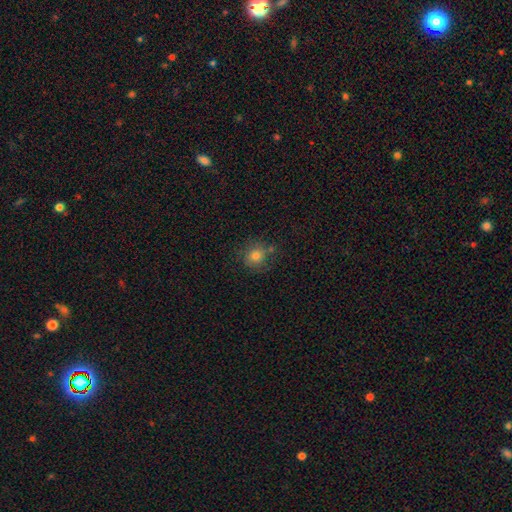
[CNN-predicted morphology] smooth 77%, star or artifact 12%, featured or disk 10%. Down the decision tree: how rounded — round (82%); merging — none (71%).